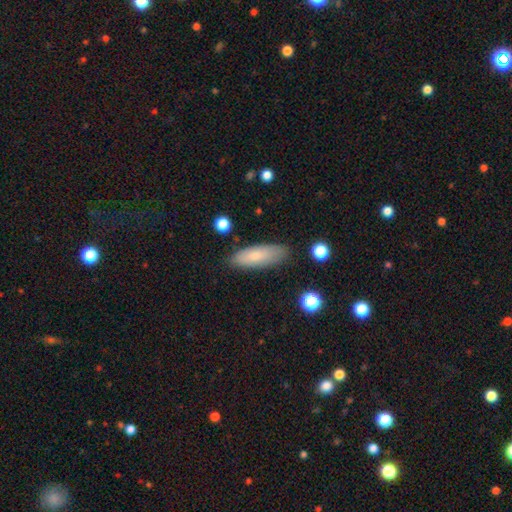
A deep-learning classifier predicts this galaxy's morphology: A smooth galaxy with no disk features (75%) that is in between round and cigar-shaped (58%). Merging: none (83%).